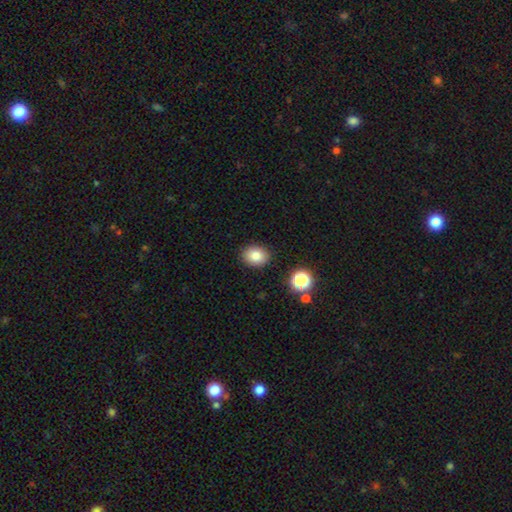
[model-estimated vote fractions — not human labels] Overall: smooth (82%). How rounded: in between (50%; round 49%). Merging: none (88%).